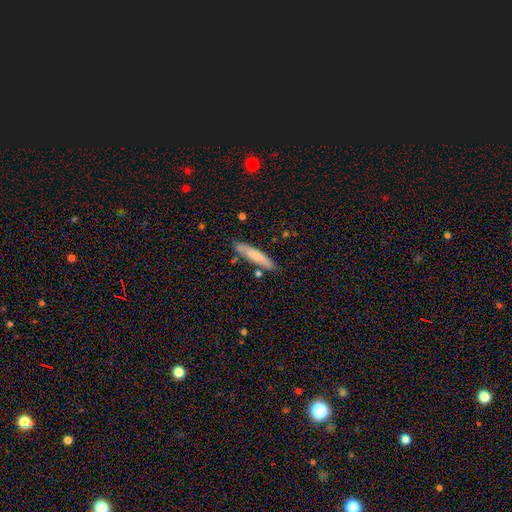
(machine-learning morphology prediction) smooth_or_featured: smooth (p=0.70) [alt: featured or disk p=0.24]
how_rounded: cigar-shaped (p=0.87) [alt: in between p=0.12]
merging: none (p=0.77) [alt: minor disturbance p=0.15]